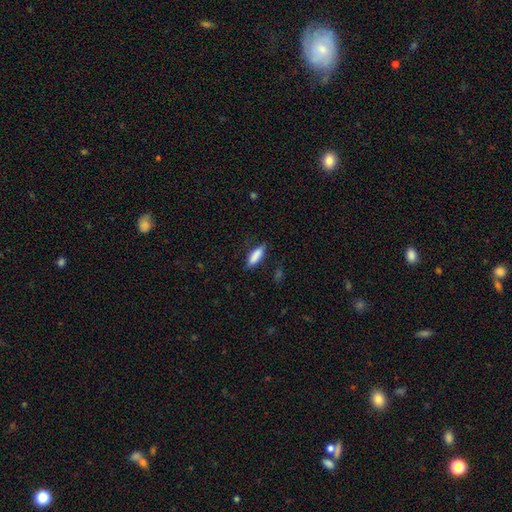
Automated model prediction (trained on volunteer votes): A smooth galaxy with no disk features (86%) that is in between round and cigar-shaped (52%). Merging: none (79%).